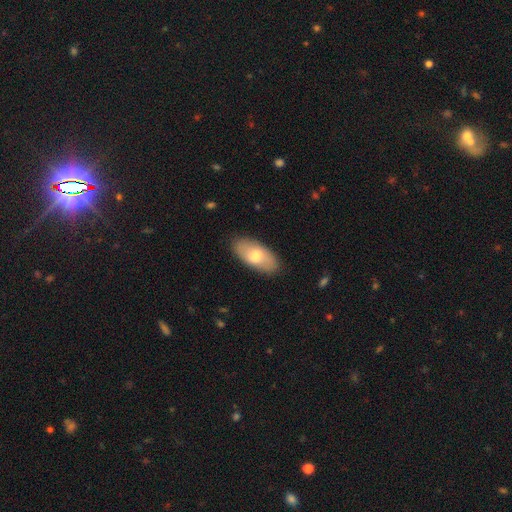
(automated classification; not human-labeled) The model was most divided on "smooth or featured": smooth: 70%, featured or disk: 25%, star or artifact: 5%. More confident: how rounded — in between (91%); merging — none (86%).